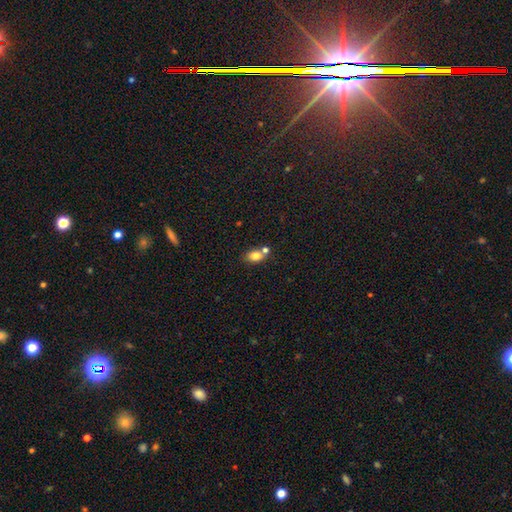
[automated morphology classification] A smooth galaxy with no disk features (80%) that is in between round and cigar-shaped (67%). Merging: none (52%).